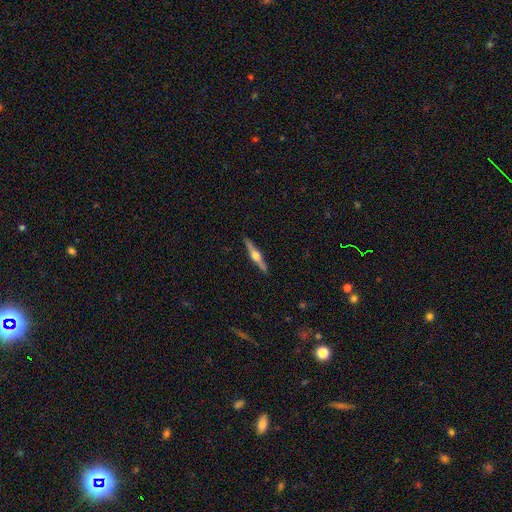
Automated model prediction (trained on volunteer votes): This appears to be a featured or disk galaxy (74%) viewed edge-on (98%) with a rounded central bulge (95%). Merging: none (92%).